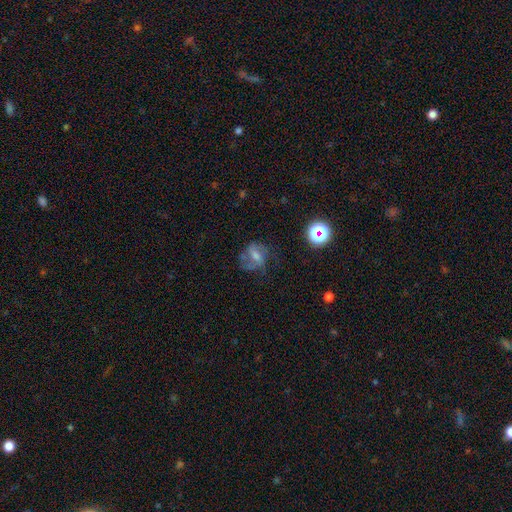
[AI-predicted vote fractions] smooth-or-featured: featured or disk: 55% | smooth: 29% | star or artifact: 16%
  disk-edge-on: no: 96% | yes: 4%
    bar: weak: 45% | no: 36% | strong: 19%
    has-spiral-arms: yes: 76% | no: 24%
    bulge-size: moderate: 43% | small: 33% | none: 15% | large: 8% | dominant: 2%
  merging: none: 52% | major disturbance: 24% | minor disturbance: 21% | merger: 3%